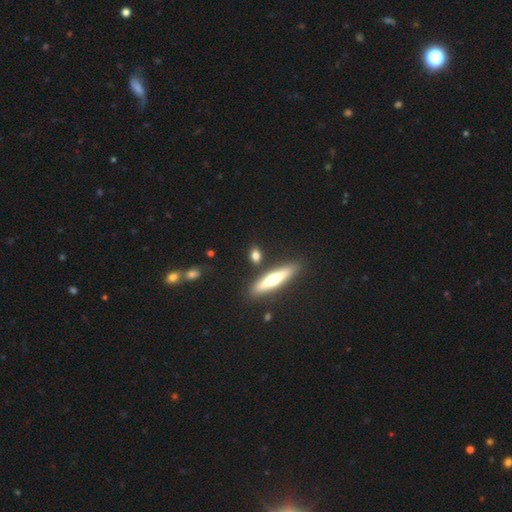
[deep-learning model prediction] This is likely a smooth galaxy (67%). How rounded: marginally cigar-shaped (44%). Merging: likely none (79%).